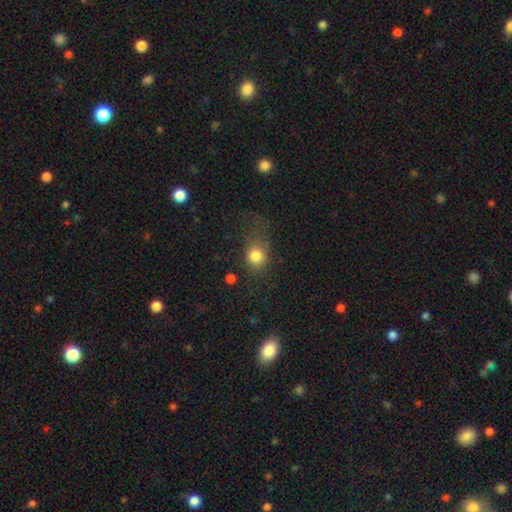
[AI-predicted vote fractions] smooth-or-featured: smooth: 80% | star or artifact: 12% | featured or disk: 8%
  how-rounded: round: 64% | in between: 34% | cigar-shaped: 2%
  merging: none: 51% | minor disturbance: 24% | major disturbance: 23% | merger: 3%